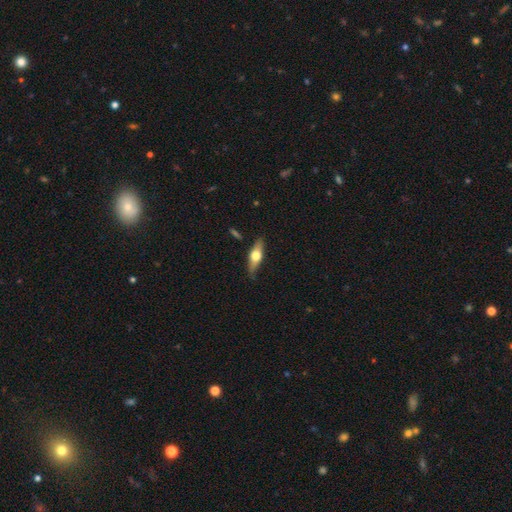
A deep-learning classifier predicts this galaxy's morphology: type=featured or disk (52%); edge-on=yes (90%); merging=none (82%).